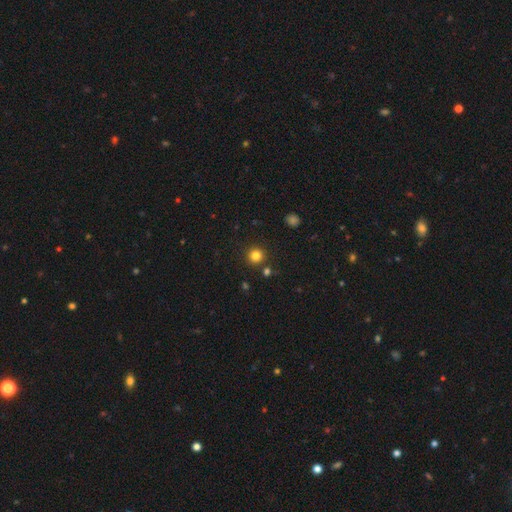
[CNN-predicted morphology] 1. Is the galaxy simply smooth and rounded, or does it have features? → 81% smooth, 14% star or artifact, 5% featured or disk.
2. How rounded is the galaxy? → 95% round, 4% in between, 1% cigar-shaped.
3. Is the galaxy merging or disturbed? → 88% none, 6% minor disturbance, 4% merger, 2% major disturbance.